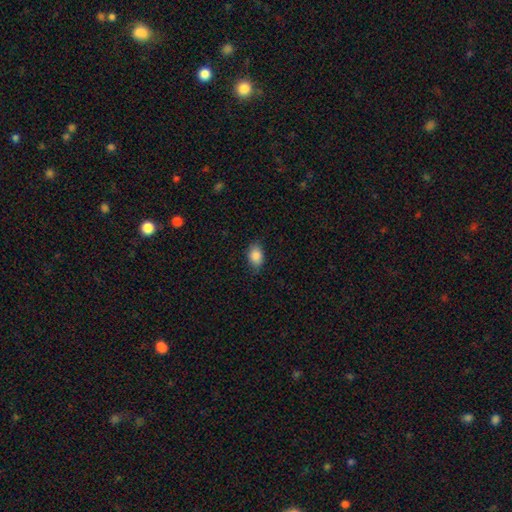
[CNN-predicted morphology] Smooth or featured?
  - smooth: 87% *
  - star or artifact: 8%
  - featured or disk: 5%
How rounded?
  - in between: 83% *
  - round: 15%
  - cigar-shaped: 2%
Merging?
  - none: 77% *
  - minor disturbance: 18%
  - major disturbance: 4%
  - merger: 1%